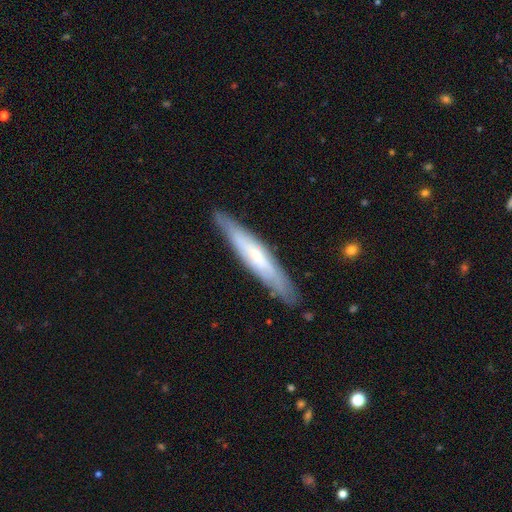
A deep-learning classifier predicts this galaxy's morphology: Overall: featured or disk (55%; smooth 39%). Edge-on disk: yes (79%). Merging: none (86%).